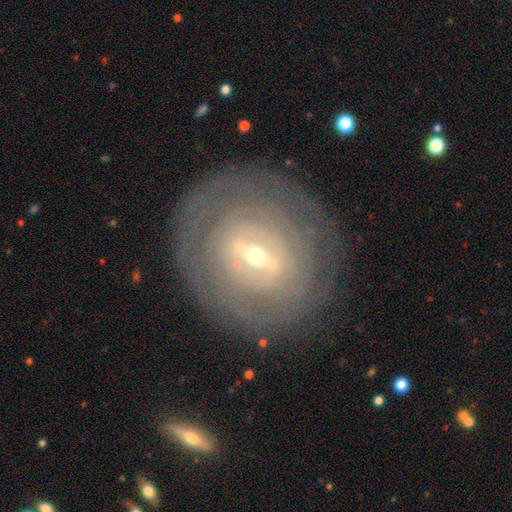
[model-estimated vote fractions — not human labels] A featured or disk galaxy (77%) with a weak bar (46%), spiral arms (59%) and a small central bulge (60%).

Vote fractions:
- Smooth or featured? featured or disk: 77% / smooth: 17% / star or artifact: 6%
- Edge-on disk? no: 93% / yes: 7%
- Bar? weak: 46% / strong: 35% / no: 19%
- Spiral arms? yes: 59% / no: 41%
- Bulge size? small: 60% / moderate: 36% / large: 2% / dominant: 1% / none: 1%
- Merging? none: 83% / minor disturbance: 11% / major disturbance: 5% / merger: 1%